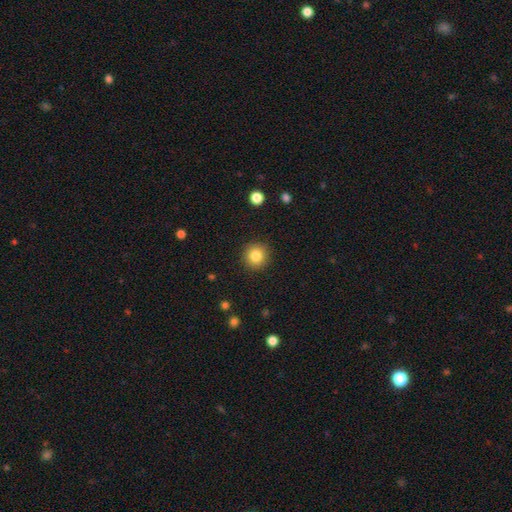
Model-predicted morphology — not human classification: Q: Smooth or featured?
A: smooth (83%); runner-up: star or artifact (10%)
Q: How rounded?
A: round (94%); runner-up: in between (5%)
Q: Merging?
A: none (91%); runner-up: minor disturbance (6%)